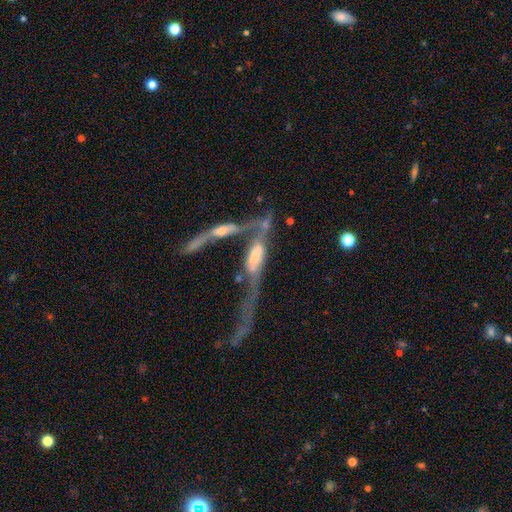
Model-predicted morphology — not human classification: Smooth or featured: featured or disk — 66% (smooth — 23%)
Edge-on disk: no — 58% (yes — 42%)
Merging: merger — 65% (major disturbance — 19%)